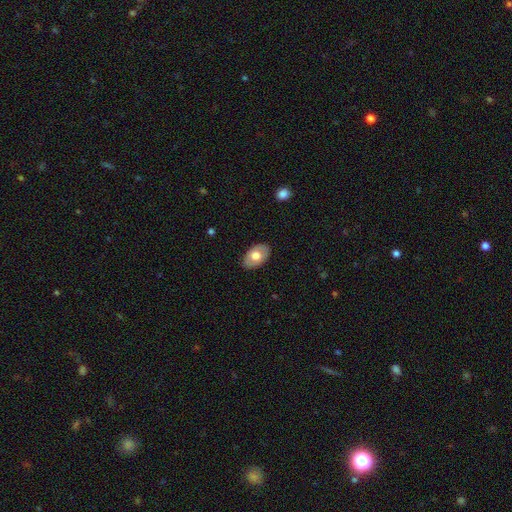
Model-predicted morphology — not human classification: smooth-or-featured: smooth: 64% | featured or disk: 30% | star or artifact: 6%
  how-rounded: in between: 90% | round: 8% | cigar-shaped: 1%
  merging: none: 85% | minor disturbance: 12% | major disturbance: 3% | merger: 1%